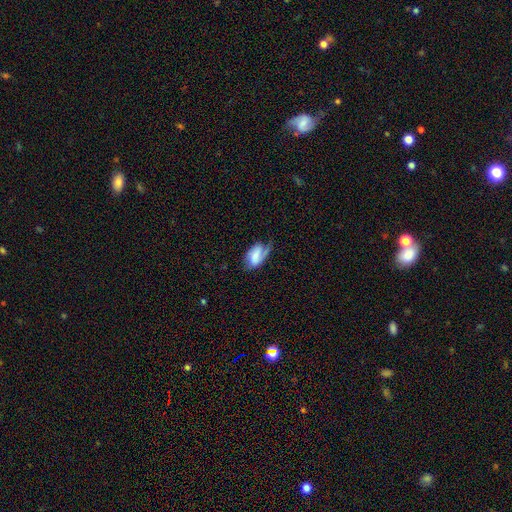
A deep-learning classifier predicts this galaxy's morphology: type=featured or disk (50%); merging=none (41%).